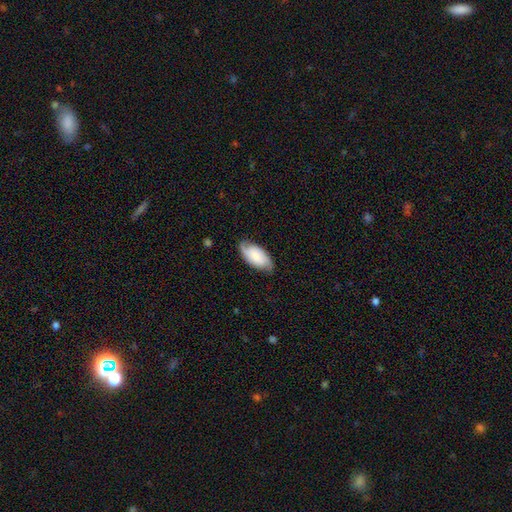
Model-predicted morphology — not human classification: Smooth or featured? smooth (53%)
How rounded? in between (93%)
Merging? none (74%)